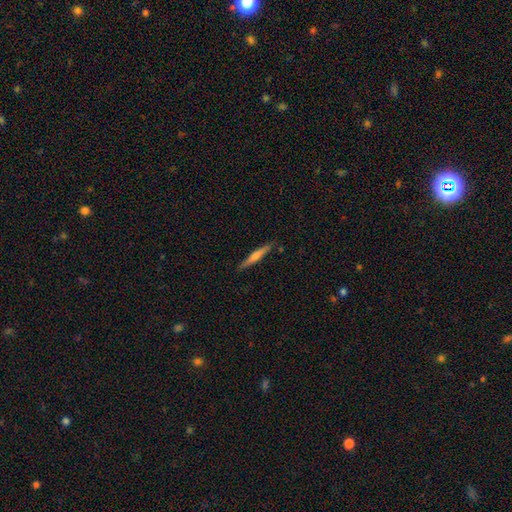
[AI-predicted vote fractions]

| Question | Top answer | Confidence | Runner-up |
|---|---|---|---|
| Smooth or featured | smooth | 50% | featured or disk (44%) |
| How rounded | cigar-shaped | 94% | in between (4%) |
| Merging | none | 88% | minor disturbance (9%) |